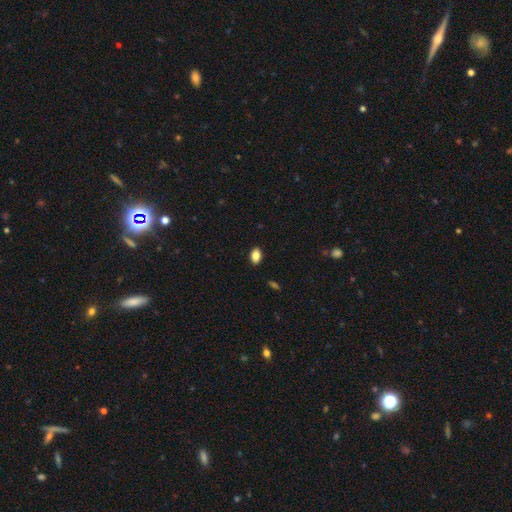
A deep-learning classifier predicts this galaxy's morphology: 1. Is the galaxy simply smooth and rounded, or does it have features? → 84% smooth, 9% star or artifact, 7% featured or disk.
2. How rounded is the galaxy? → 86% in between, 12% round, 2% cigar-shaped.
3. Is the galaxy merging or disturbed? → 89% none, 8% minor disturbance, 2% major disturbance, 1% merger.